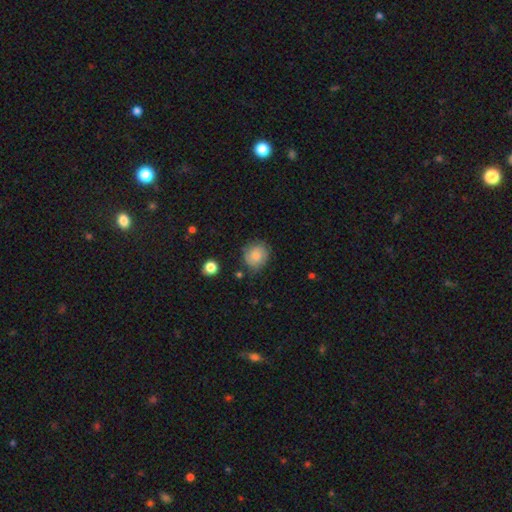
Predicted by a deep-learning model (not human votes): Smooth or featured? Predicted: smooth (p=0.72). How rounded? Predicted: round (p=0.78). Merging? Predicted: none (p=0.73).